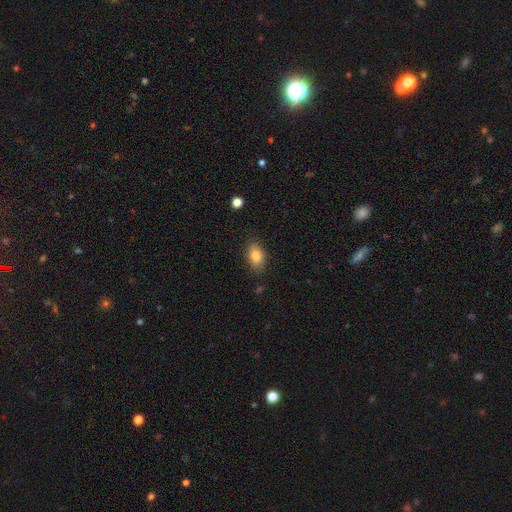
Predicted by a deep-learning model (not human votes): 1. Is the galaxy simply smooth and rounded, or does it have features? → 83% smooth, 9% star or artifact, 8% featured or disk.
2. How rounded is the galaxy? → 86% in between, 12% round, 2% cigar-shaped.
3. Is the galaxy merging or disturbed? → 83% none, 13% minor disturbance, 3% major disturbance, 1% merger.